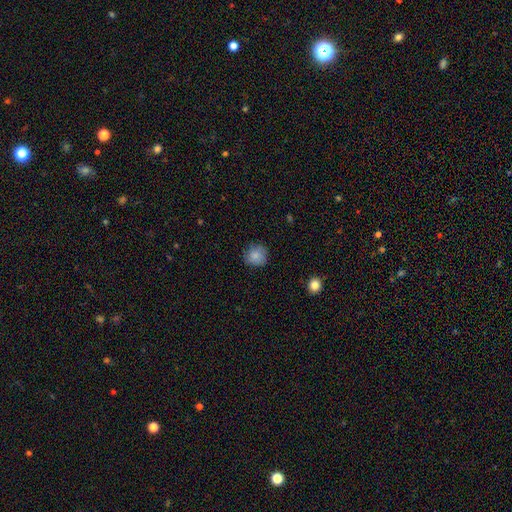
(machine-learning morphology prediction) Smooth or featured?
  - smooth: 84% *
  - star or artifact: 8%
  - featured or disk: 8%
How rounded?
  - round: 86% *
  - in between: 13%
  - cigar-shaped: 1%
Merging?
  - none: 80% *
  - minor disturbance: 16%
  - major disturbance: 3%
  - merger: 1%